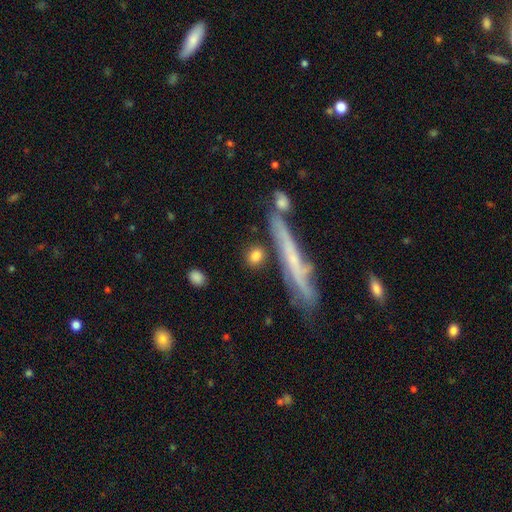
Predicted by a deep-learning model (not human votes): Smooth or featured?
  - smooth: 81% *
  - featured or disk: 13%
  - star or artifact: 7%
How rounded?
  - round: 59% *
  - in between: 24%
  - cigar-shaped: 18%
Merging?
  - none: 77% *
  - minor disturbance: 10%
  - merger: 8%
  - major disturbance: 5%